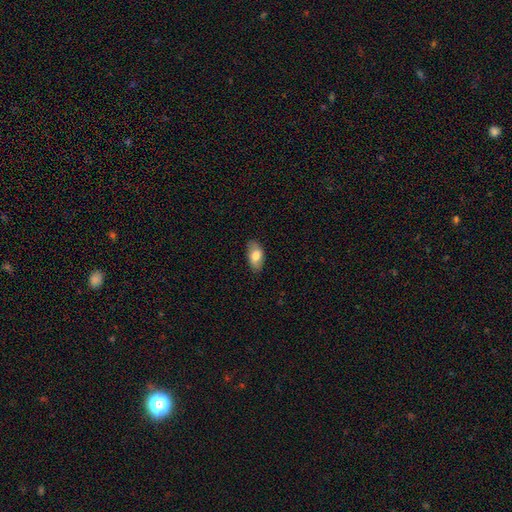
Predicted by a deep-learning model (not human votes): The model was most divided on "smooth or featured": smooth: 77%, featured or disk: 17%, star or artifact: 7%. More confident: how rounded — in between (92%); merging — none (83%).